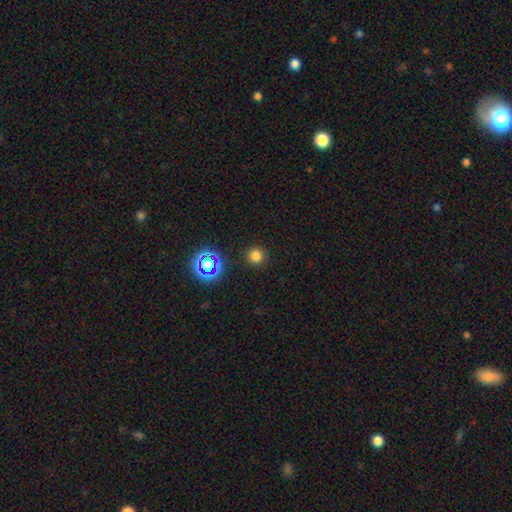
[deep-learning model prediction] Morphology: type=smooth (76%); roundness=round (94%); merging=none (91%).